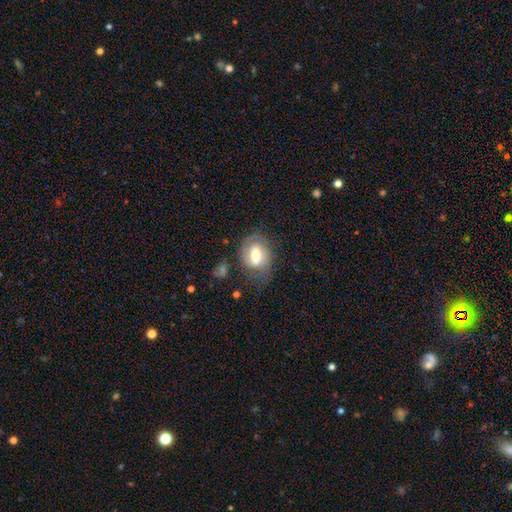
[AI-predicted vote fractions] A featured or disk galaxy (52%). Merging: none (53%).